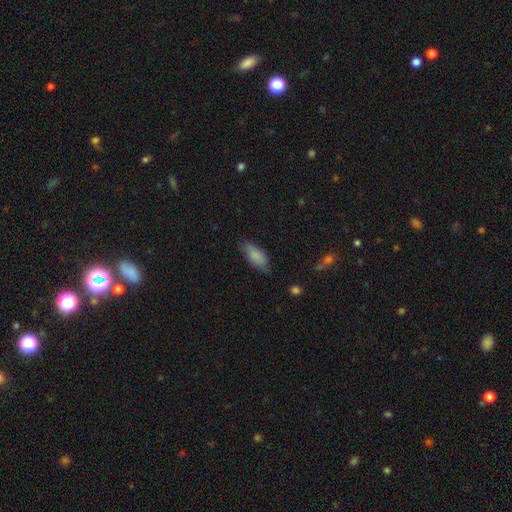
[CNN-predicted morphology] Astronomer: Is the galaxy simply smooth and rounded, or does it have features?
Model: smooth — 84%.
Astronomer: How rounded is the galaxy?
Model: in between — 77%.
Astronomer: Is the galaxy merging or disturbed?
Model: none — 69%.